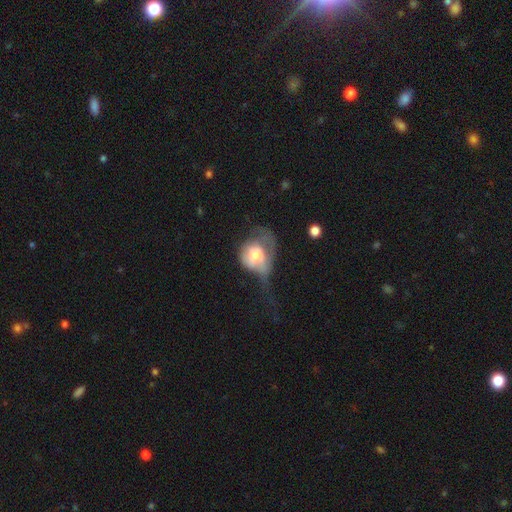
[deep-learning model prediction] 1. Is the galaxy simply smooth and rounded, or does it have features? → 60% smooth, 33% featured or disk, 7% star or artifact.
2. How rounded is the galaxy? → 58% round, 41% in between, 1% cigar-shaped.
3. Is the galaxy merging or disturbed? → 57% major disturbance, 22% minor disturbance, 16% none, 6% merger.